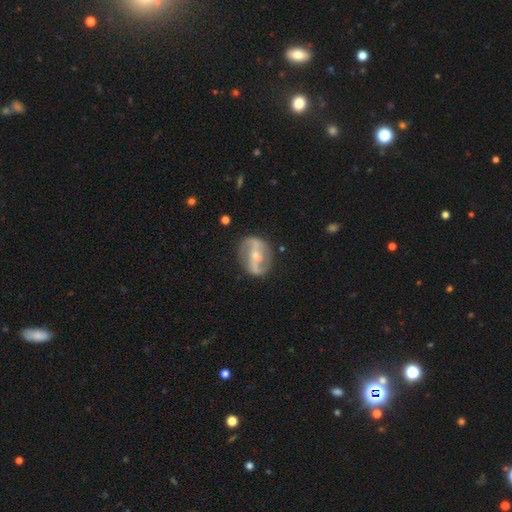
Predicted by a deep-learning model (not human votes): This is clearly a featured or disk galaxy (84%). It is clearly not viewed edge-on (95%). Bar: possibly strong (55%). Spiral arm pattern: clearly yes (85%). Spiral arm count: clearly 2 (89%). Spiral winding: possibly loose (48%). Central bulge: possibly small (60%). Merging: likely none (78%).